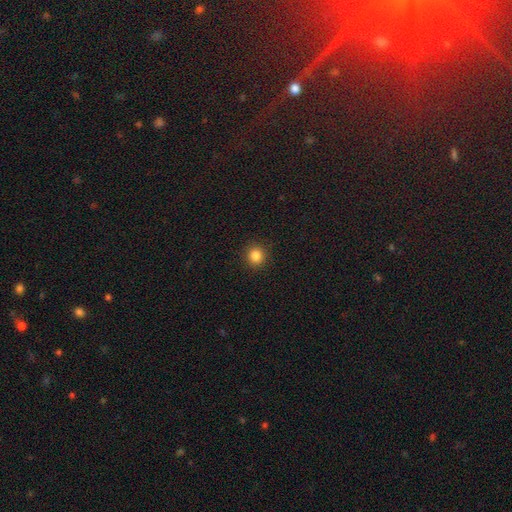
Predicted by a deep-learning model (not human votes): smooth_or_featured: smooth (p=0.84) [alt: star or artifact p=0.12]
how_rounded: round (p=0.89) [alt: in between p=0.10]
merging: none (p=0.92) [alt: minor disturbance p=0.06]